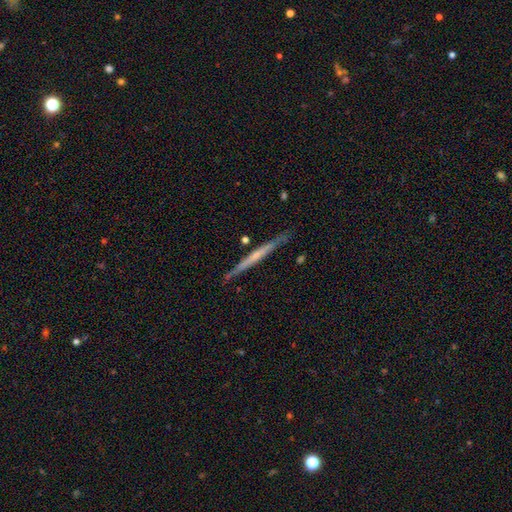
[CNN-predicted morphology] featured or disk 61%, smooth 34%, star or artifact 5%. Down the decision tree: edge-on disk — yes (97%); edge-on bulge — none (71%); merging — none (86%).